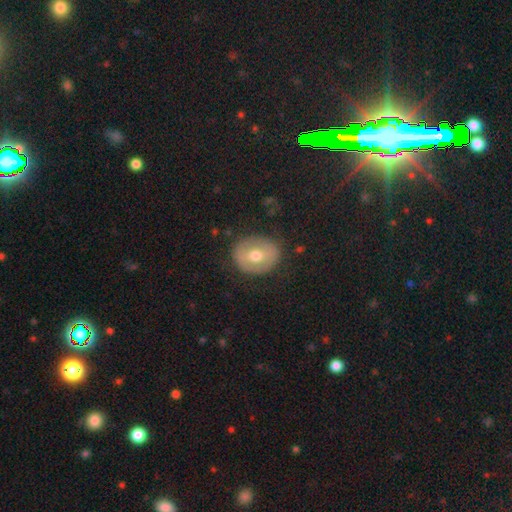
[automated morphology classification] A smooth galaxy with no disk features (49%). Merging: none (82%).